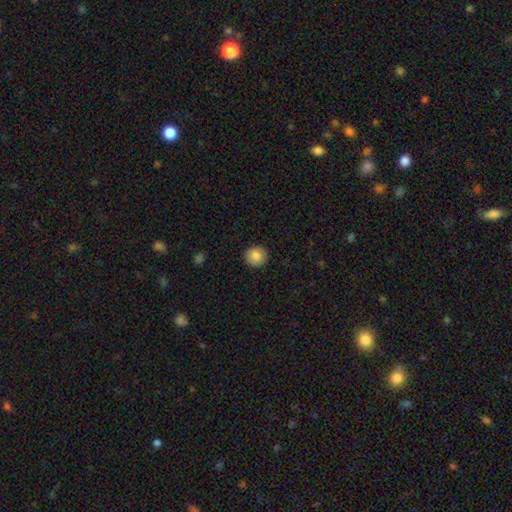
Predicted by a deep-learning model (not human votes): smooth 84%, star or artifact 8%, featured or disk 8%. Down the decision tree: how rounded — round (89%); merging — none (90%).